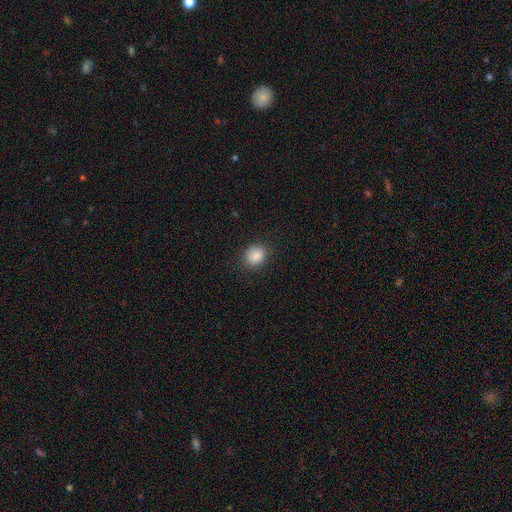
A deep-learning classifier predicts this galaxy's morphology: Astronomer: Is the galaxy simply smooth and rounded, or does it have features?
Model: smooth — 87%.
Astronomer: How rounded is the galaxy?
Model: round — 63%.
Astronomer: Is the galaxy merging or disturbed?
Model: none — 85%.